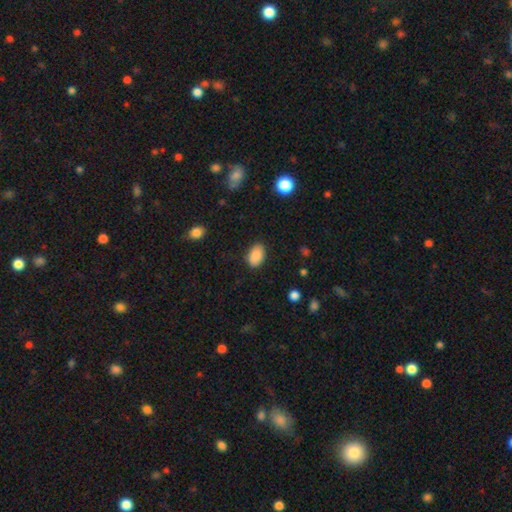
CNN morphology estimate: Smooth or featured: smooth — 89% (star or artifact — 7%)
How rounded: in between — 89% (round — 9%)
Merging: none — 85% (minor disturbance — 11%)